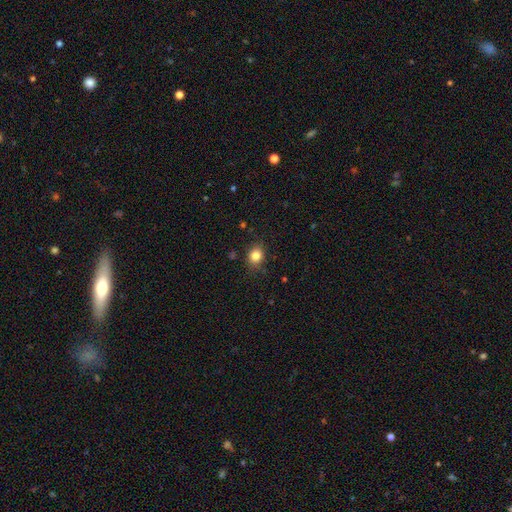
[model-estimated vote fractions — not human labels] Smooth or featured?
  - smooth: 83% *
  - star or artifact: 11%
  - featured or disk: 6%
How rounded?
  - round: 60% *
  - in between: 39%
  - cigar-shaped: 1%
Merging?
  - none: 85% *
  - minor disturbance: 11%
  - major disturbance: 3%
  - merger: 1%